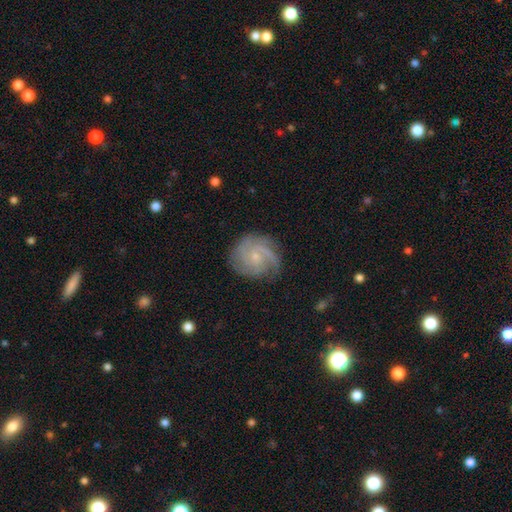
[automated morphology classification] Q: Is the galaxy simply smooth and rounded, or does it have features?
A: featured or disk — 84%.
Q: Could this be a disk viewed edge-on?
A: no — 98%.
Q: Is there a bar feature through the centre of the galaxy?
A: no — 71%.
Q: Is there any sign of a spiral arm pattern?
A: yes — 97%.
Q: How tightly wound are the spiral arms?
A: tight — 58%.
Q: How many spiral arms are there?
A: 3 — 39%.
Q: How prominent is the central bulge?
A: small — 78%.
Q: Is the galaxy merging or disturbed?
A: none — 77%.